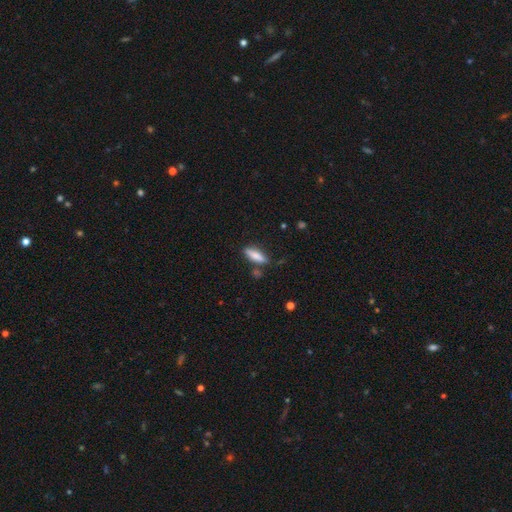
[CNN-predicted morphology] A smooth galaxy with no disk features (77%) that is cigar-shaped (54%). Merging: none (76%).